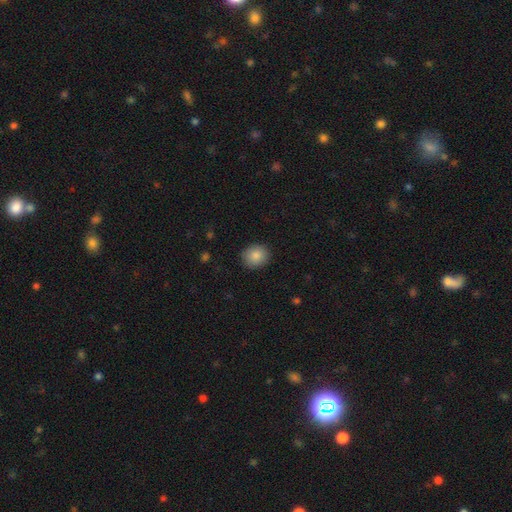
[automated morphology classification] smooth-or-featured: smooth: 86% | star or artifact: 8% | featured or disk: 5%
  how-rounded: round: 72% | in between: 27% | cigar-shaped: 1%
  merging: none: 89% | minor disturbance: 8% | major disturbance: 2% | merger: 1%